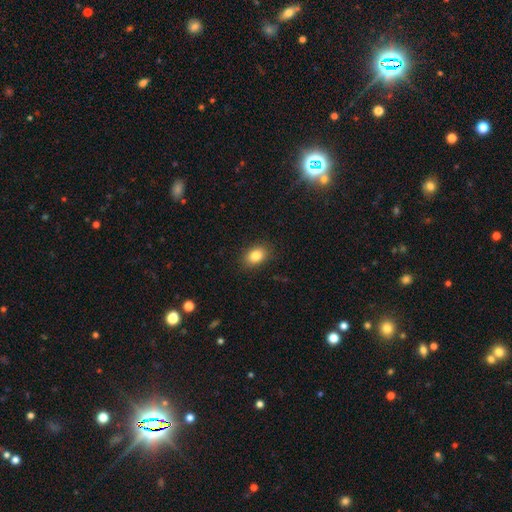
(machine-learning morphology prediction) A smooth galaxy with no disk features (84%) that is in between round and cigar-shaped (78%).

Vote fractions:
- Smooth or featured? smooth: 84% / star or artifact: 9% / featured or disk: 7%
- How rounded? in between: 78% / round: 21% / cigar-shaped: 1%
- Merging? none: 88% / minor disturbance: 9% / major disturbance: 2% / merger: 1%